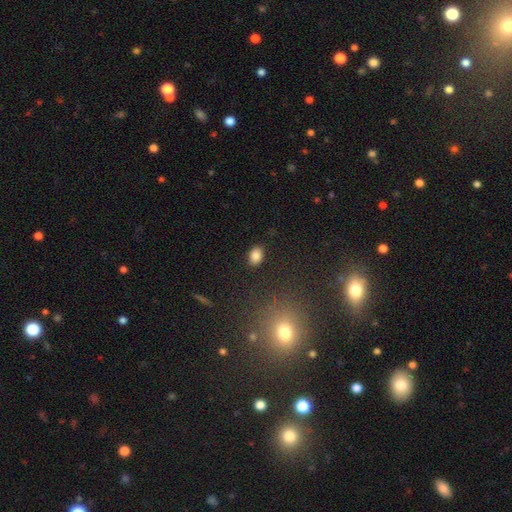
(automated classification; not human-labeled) smooth_or_featured: smooth (p=0.85) [alt: star or artifact p=0.10]
how_rounded: in between (p=0.75) [alt: round p=0.24]
merging: none (p=0.87) [alt: minor disturbance p=0.09]